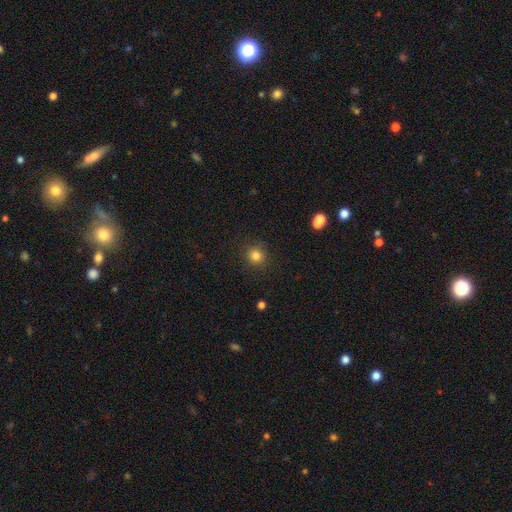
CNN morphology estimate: type=smooth (82%); roundness=round (91%); merging=none (88%).